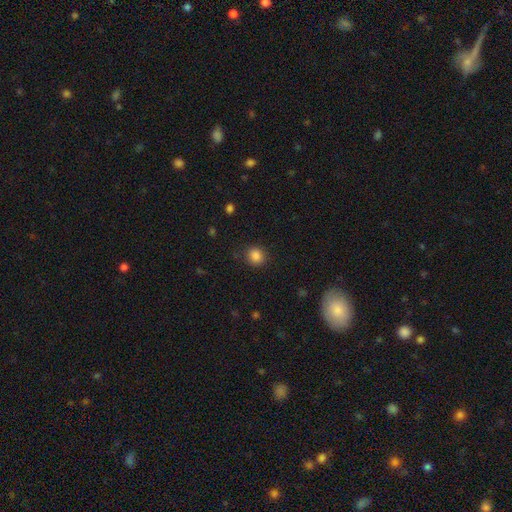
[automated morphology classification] Smooth or featured? smooth (85%)
How rounded? round (86%)
Merging? none (89%)